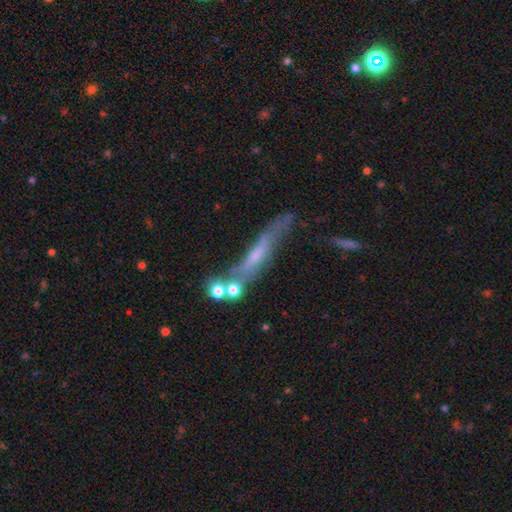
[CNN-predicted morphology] This appears to be a featured or disk galaxy (60%) viewed edge-on (73%). Merging: none (54%).